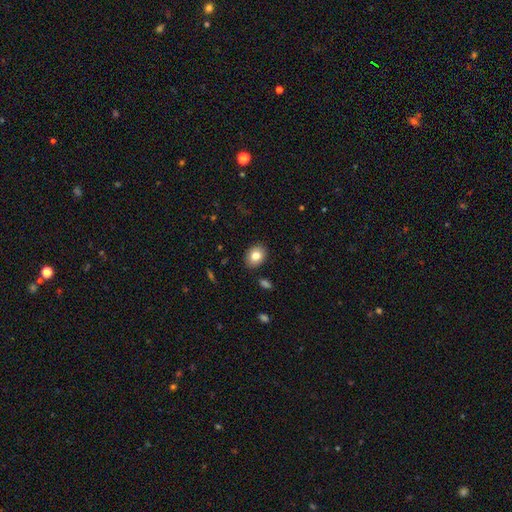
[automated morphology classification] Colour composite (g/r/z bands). It shows a smooth galaxy with no disk features (81%) that is in between round and cigar-shaped (62%). Merging: none (89%).